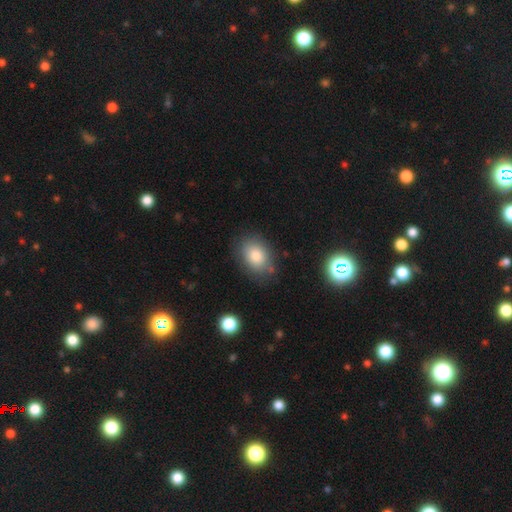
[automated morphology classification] type=smooth (81%); roundness=in between (70%); merging=none (78%).